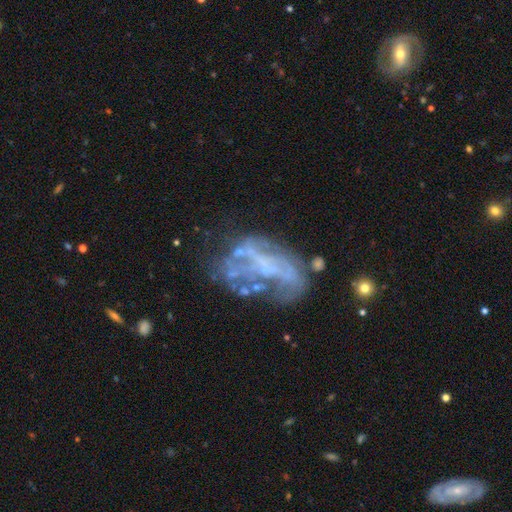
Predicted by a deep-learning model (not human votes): This appears to be a featured or disk galaxy (72%) with no bar (74%), no spiral arms (74%) and no central bulge (71%). Merging: none (37%).